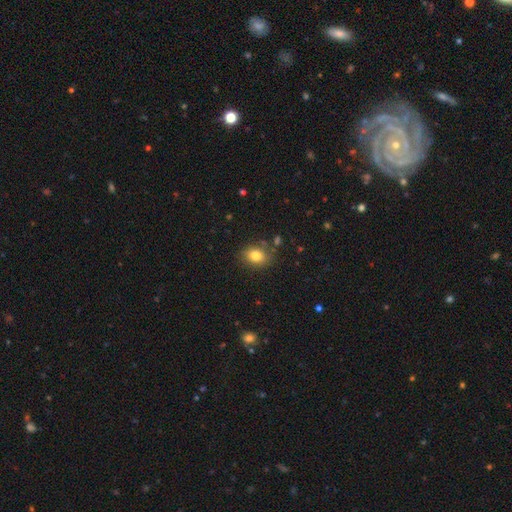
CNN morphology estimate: smooth_or_featured: smooth (p=0.80) [alt: star or artifact p=0.11]
how_rounded: in between (p=0.61) [alt: round p=0.37]
merging: none (p=0.81) [alt: minor disturbance p=0.12]